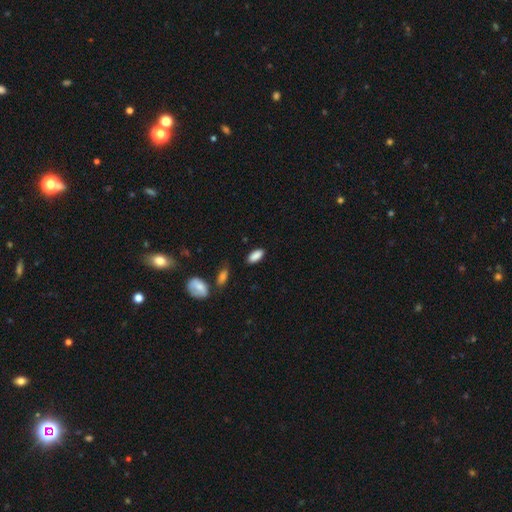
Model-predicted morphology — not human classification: A smooth galaxy with no disk features (89%) that is in between round and cigar-shaped (86%). Merging: none (82%).